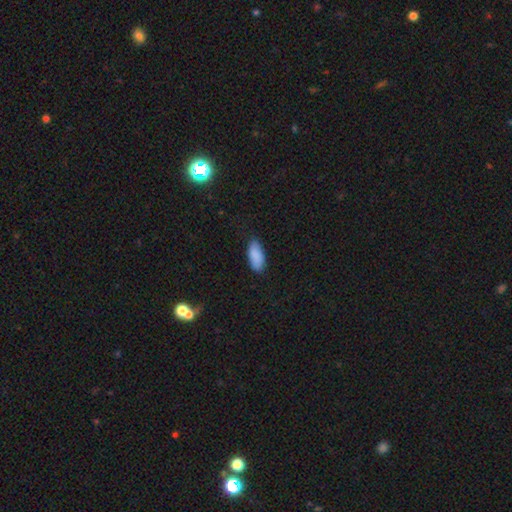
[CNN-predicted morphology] Smooth or featured? smooth (89%)
How rounded? in between (89%)
Merging? none (83%)